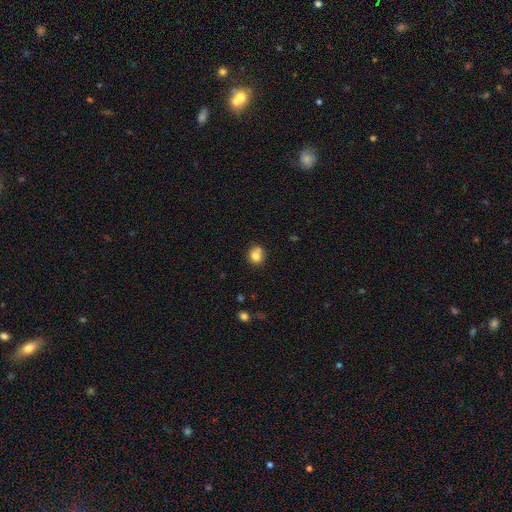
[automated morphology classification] The model was most divided on "merging": none: 60%, merger: 23%, minor disturbance: 14%, major disturbance: 4%. More confident: how rounded — round (82%); smooth or featured — smooth (78%).